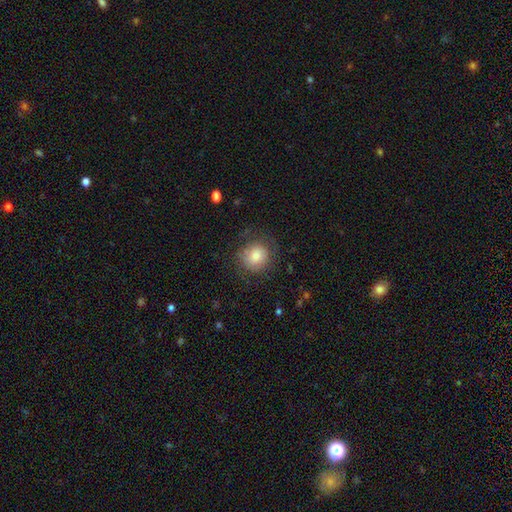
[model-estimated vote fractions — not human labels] Q: Smooth or featured?
A: smooth (73%); runner-up: featured or disk (18%)
Q: How rounded?
A: round (86%); runner-up: in between (13%)
Q: Merging?
A: none (73%); runner-up: minor disturbance (17%)